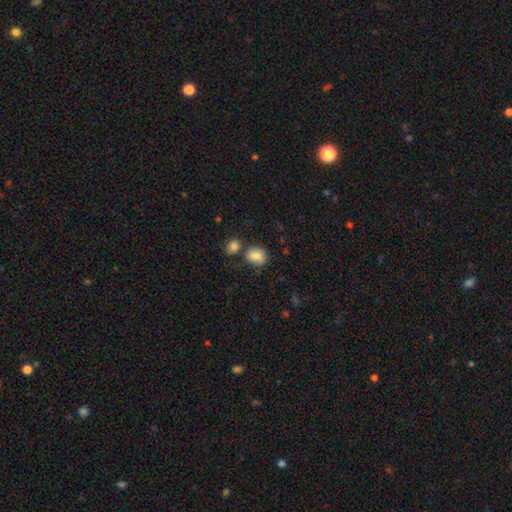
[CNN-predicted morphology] Smooth or featured?
  - smooth: 85% *
  - star or artifact: 9%
  - featured or disk: 6%
How rounded?
  - round: 50% *
  - in between: 49%
  - cigar-shaped: 1%
Merging?
  - none: 63% *
  - minor disturbance: 16%
  - merger: 16%
  - major disturbance: 5%